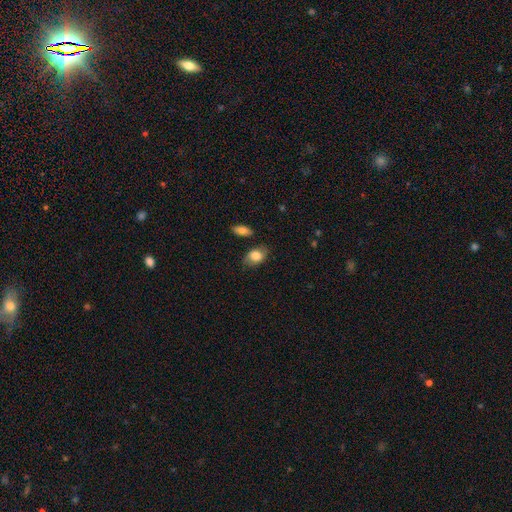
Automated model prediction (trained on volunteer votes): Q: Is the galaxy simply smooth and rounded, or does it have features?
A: smooth — 76%.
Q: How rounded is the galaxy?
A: in between — 85%.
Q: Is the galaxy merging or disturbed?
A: none — 72%.